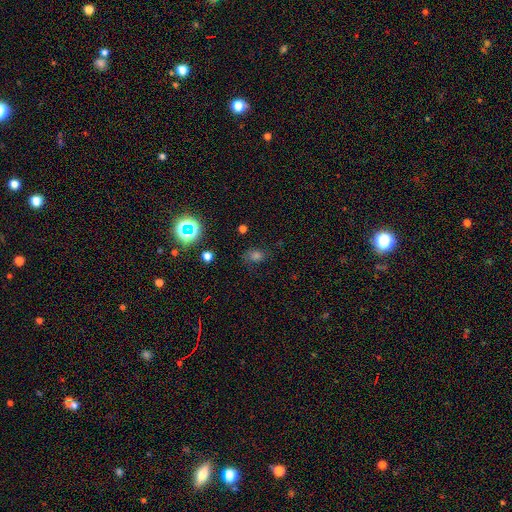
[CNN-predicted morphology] smooth_or_featured: smooth (p=0.60) [alt: star or artifact p=0.31]
how_rounded: in between (p=0.55) [alt: round p=0.43]
merging: none (p=0.72) [alt: minor disturbance p=0.19]